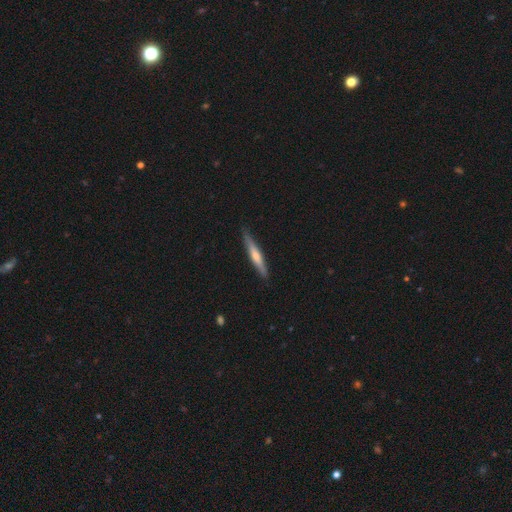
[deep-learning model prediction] Smooth or featured: featured or disk — 55% (smooth — 39%)
Edge-on disk: yes — 95% (no — 5%)
Edge-on bulge: rounded — 73% (none — 21%)
Merging: none — 88% (minor disturbance — 9%)